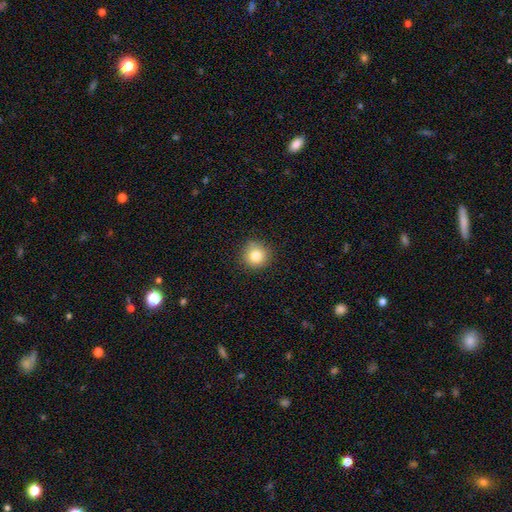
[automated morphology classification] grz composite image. It shows a smooth galaxy with no disk features (82%) that is round (94%). Merging: none (89%).